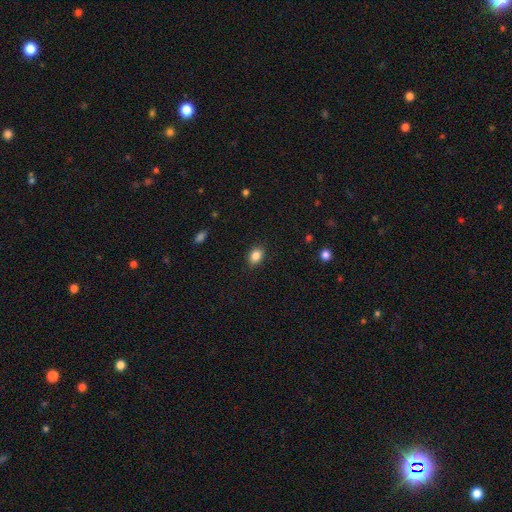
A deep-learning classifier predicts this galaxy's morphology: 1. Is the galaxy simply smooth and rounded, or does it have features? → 87% smooth, 9% star or artifact, 4% featured or disk.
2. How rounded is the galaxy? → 69% in between, 29% round, 1% cigar-shaped.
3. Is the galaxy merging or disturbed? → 88% none, 9% minor disturbance, 2% major disturbance, 1% merger.